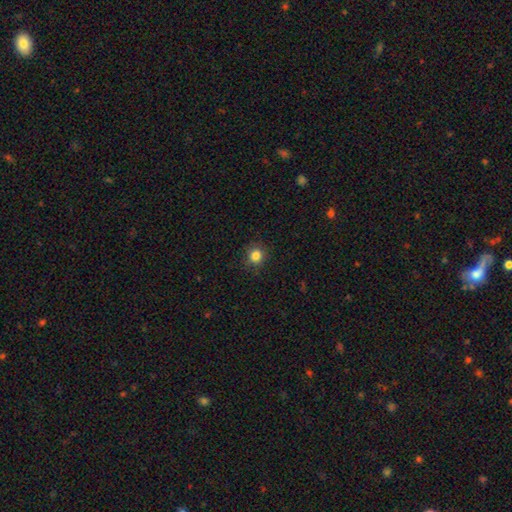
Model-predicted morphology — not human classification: A smooth galaxy with no disk features (84%) that is round (89%). Merging: none (89%).